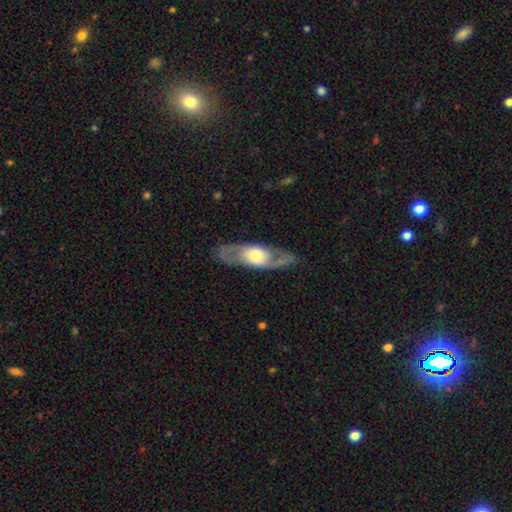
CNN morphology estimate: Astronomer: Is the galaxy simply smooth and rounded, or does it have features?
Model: featured or disk — 71%.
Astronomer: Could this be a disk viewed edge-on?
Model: no — 77%.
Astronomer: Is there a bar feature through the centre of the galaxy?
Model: no — 69%.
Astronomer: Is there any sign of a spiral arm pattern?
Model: yes — 63%.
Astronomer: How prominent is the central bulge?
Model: moderate — 49% (runner-up: large, 33%).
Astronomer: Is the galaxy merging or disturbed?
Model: none — 81%.